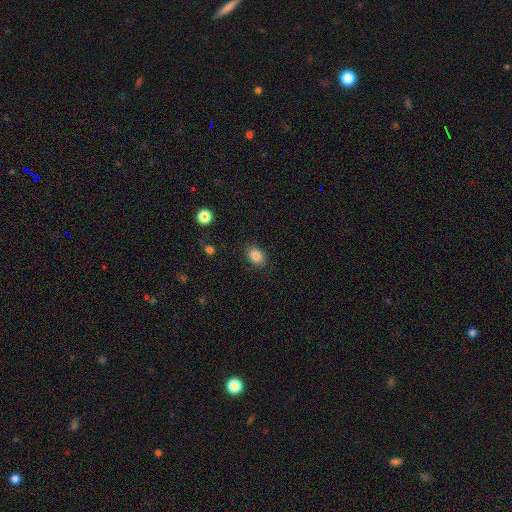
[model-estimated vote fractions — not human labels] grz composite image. It shows a smooth galaxy with no disk features (85%) that is in between round and cigar-shaped (59%). Merging: none (86%).